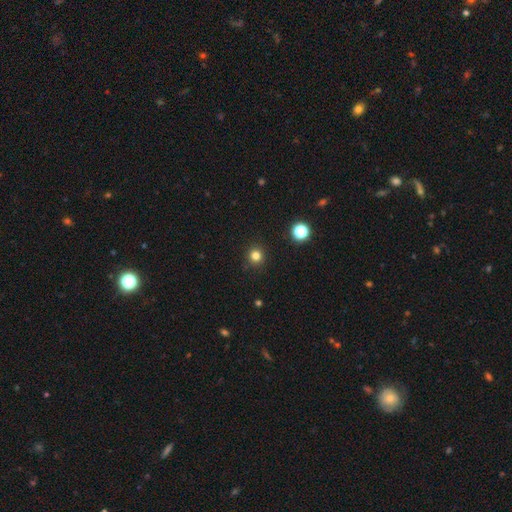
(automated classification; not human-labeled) The model was most divided on "smooth or featured": smooth: 80%, star or artifact: 15%, featured or disk: 5%. More confident: how rounded — round (94%); merging — none (92%).